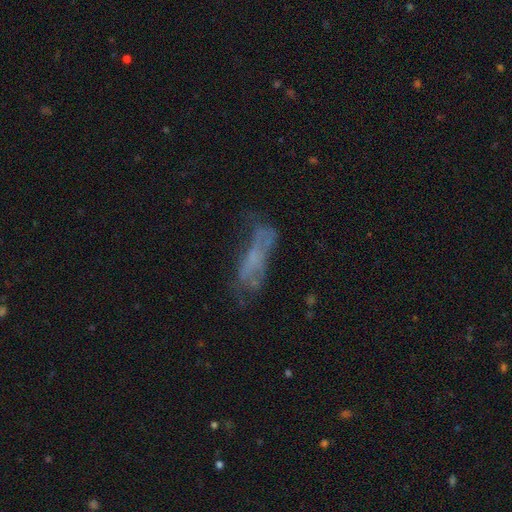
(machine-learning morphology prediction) smooth-or-featured: featured or disk: 47% | smooth: 36% | star or artifact: 17%
  merging: none: 46% | major disturbance: 24% | minor disturbance: 24% | merger: 5%